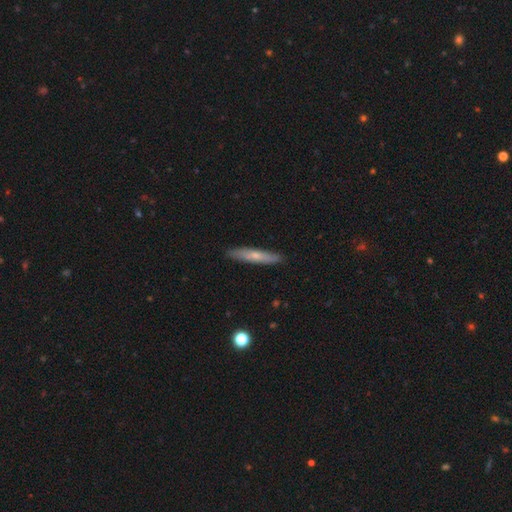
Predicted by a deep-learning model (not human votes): Smooth or featured: smooth — 58% (featured or disk — 36%)
How rounded: cigar-shaped — 91% (in between — 8%)
Merging: none — 89% (minor disturbance — 8%)